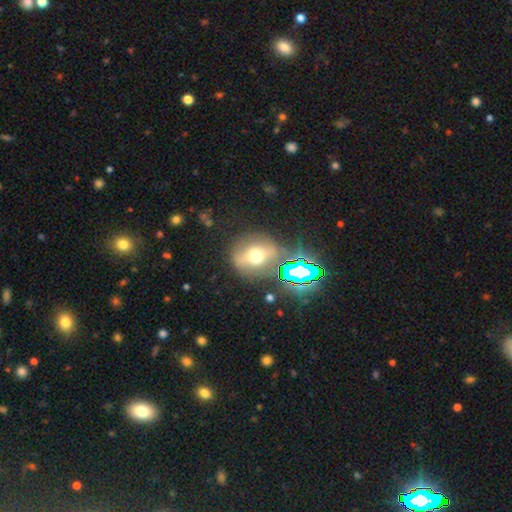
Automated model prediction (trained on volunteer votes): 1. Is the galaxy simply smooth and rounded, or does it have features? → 41% smooth, 34% featured or disk, 25% star or artifact.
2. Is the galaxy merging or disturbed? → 75% none, 14% minor disturbance, 7% major disturbance, 5% merger.